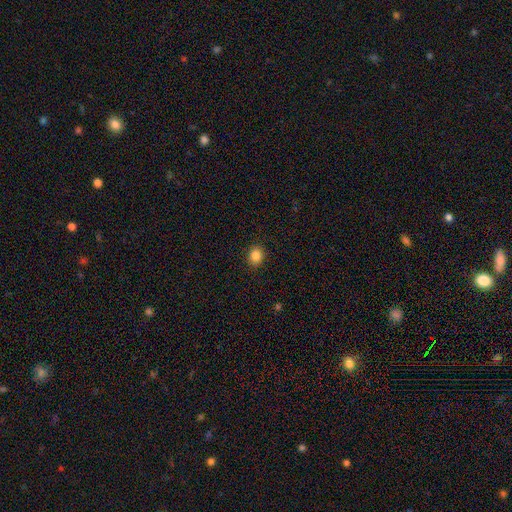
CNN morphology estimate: Smooth or featured?
  - smooth: 86% *
  - star or artifact: 11%
  - featured or disk: 4%
How rounded?
  - round: 60% *
  - in between: 39%
  - cigar-shaped: 1%
Merging?
  - none: 89% *
  - minor disturbance: 8%
  - major disturbance: 2%
  - merger: 1%